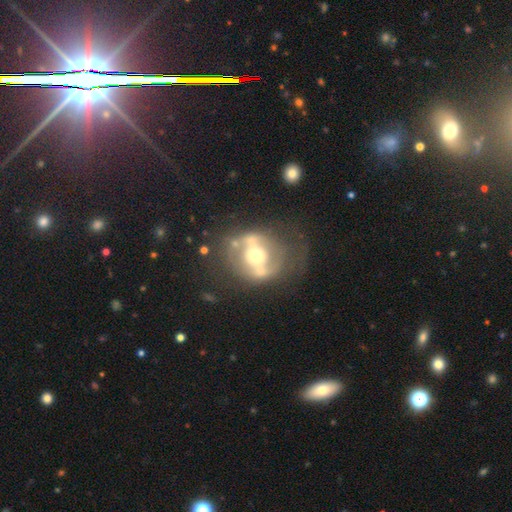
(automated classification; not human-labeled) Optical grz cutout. It shows a featured or disk galaxy (73%) with a strong bar (50%), no spiral arms (56%) and a moderate central bulge (62%). Merging: none (55%).